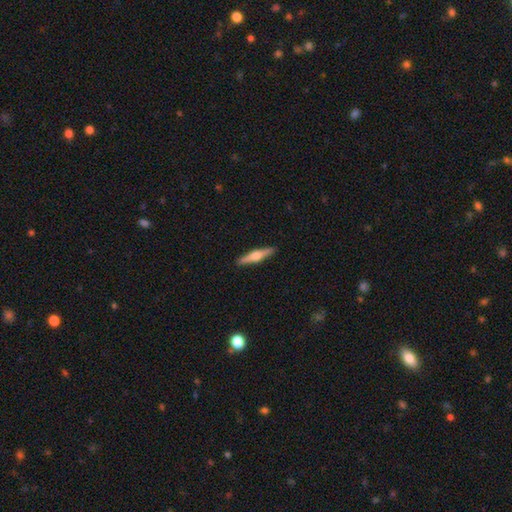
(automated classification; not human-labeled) A featured or disk galaxy (60%) viewed edge-on (97%) with a rounded central bulge (91%). Merging: none (91%).